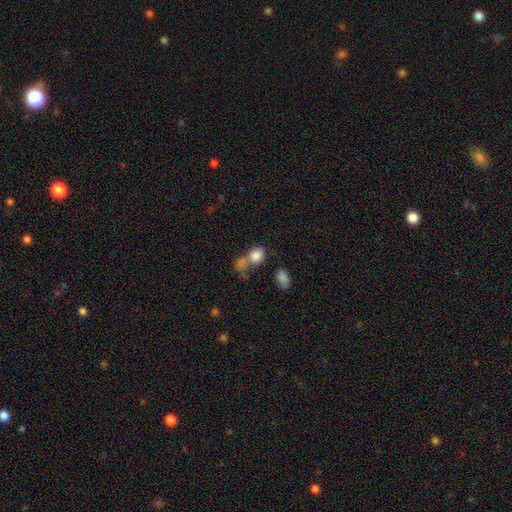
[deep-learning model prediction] Overall: smooth (82%). How rounded: in between (54%; round 45%). Merging: merger (45%; none 35%).